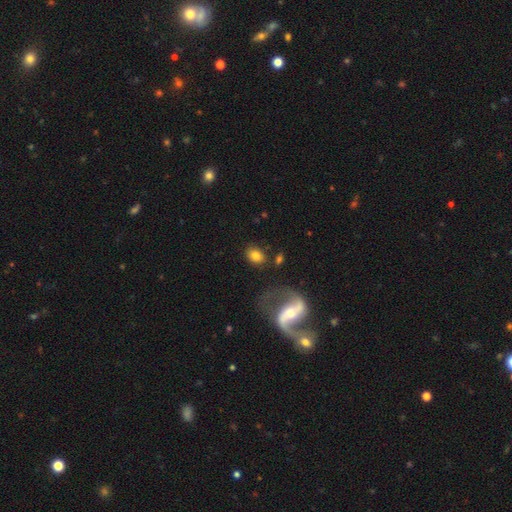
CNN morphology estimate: A smooth galaxy with no disk features (72%) that is in between round and cigar-shaped (68%).

Vote fractions:
- Smooth or featured? smooth: 72% / featured or disk: 20% / star or artifact: 8%
- How rounded? in between: 68% / round: 30% / cigar-shaped: 2%
- Merging? none: 76% / minor disturbance: 12% / major disturbance: 6% / merger: 6%